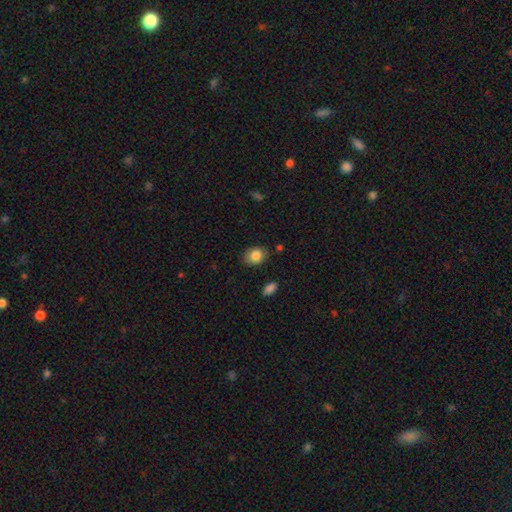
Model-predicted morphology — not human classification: This appears to be a smooth galaxy with no disk features (85%) that is in between round and cigar-shaped (62%). Merging: none (80%).